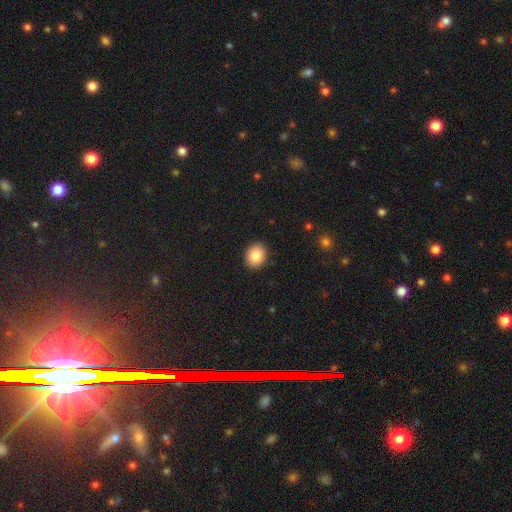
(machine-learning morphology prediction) Smooth or featured? Predicted: smooth (p=0.86). How rounded? Predicted: round (p=0.61). Merging? Predicted: none (p=0.91).